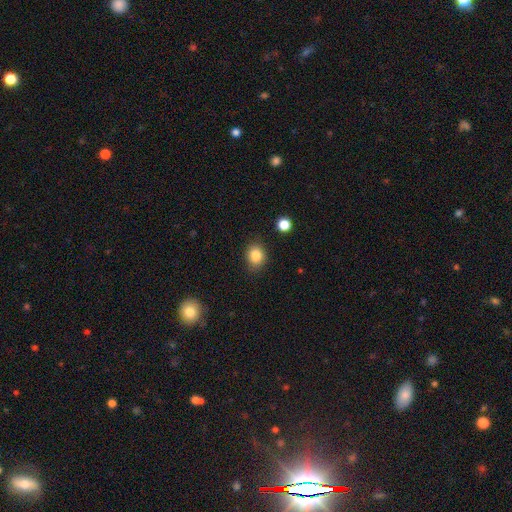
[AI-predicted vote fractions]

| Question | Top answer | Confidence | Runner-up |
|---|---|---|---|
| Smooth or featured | smooth | 84% | star or artifact (10%) |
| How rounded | round | 59% | in between (40%) |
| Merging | none | 84% | minor disturbance (12%) |